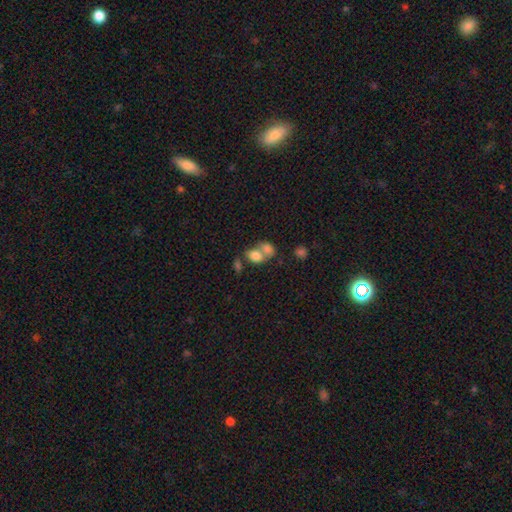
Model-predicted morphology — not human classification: Smooth or featured?
  - smooth: 78% *
  - featured or disk: 12%
  - star or artifact: 9%
How rounded?
  - in between: 77% *
  - round: 22%
  - cigar-shaped: 1%
Merging?
  - merger: 62% *
  - none: 26%
  - minor disturbance: 8%
  - major disturbance: 4%